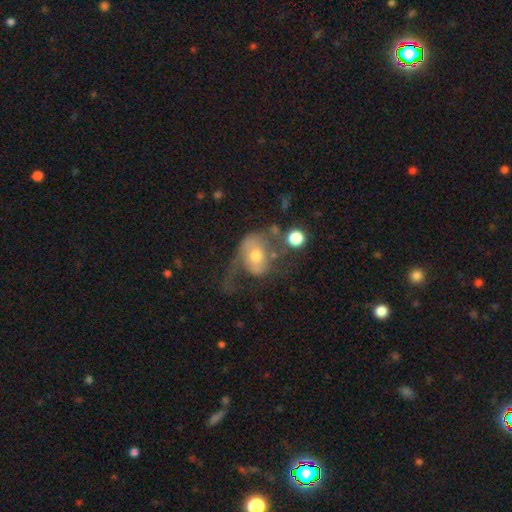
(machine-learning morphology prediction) type=featured or disk (54%); edge-on=no (96%); bar=no (70%); spiral arms=yes (66%); bulge=moderate (67%); merging=major disturbance (46%).